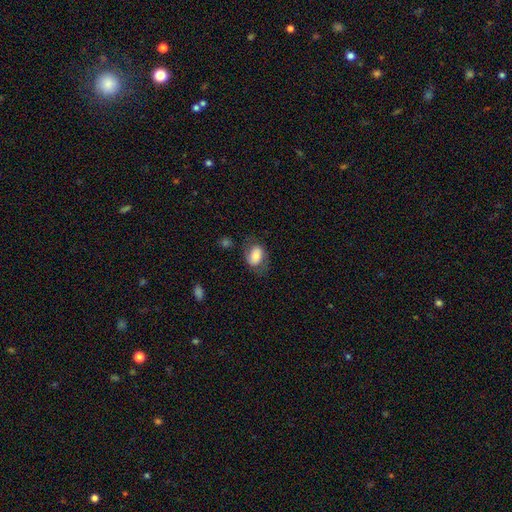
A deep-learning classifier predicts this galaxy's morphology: A smooth galaxy with no disk features (66%) that is in between round and cigar-shaped (80%). Merging: none (61%).